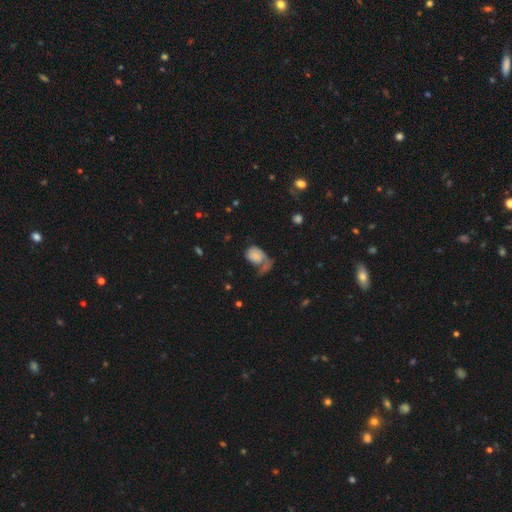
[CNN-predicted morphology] smooth-or-featured: smooth: 64% | featured or disk: 26% | star or artifact: 9%
  how-rounded: in between: 66% | round: 33% | cigar-shaped: 2%
  merging: major disturbance: 38% | none: 28% | minor disturbance: 19% | merger: 16%